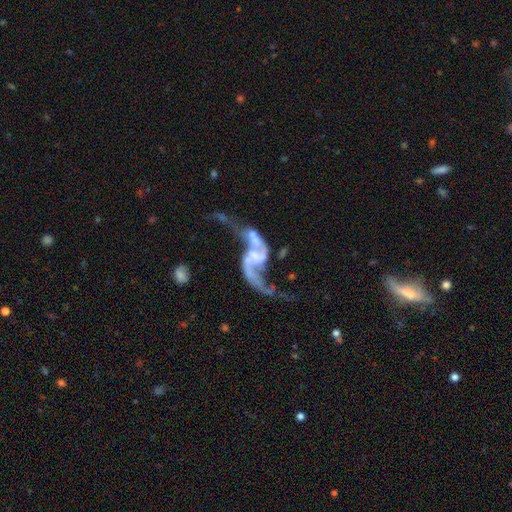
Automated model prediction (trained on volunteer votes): This is clearly a featured or disk galaxy (85%). It is clearly not viewed edge-on (97%). Bar: possibly no (54%). Spiral arm pattern: clearly yes (85%). Spiral arm count: clearly 2 (84%). Spiral winding: clearly loose (86%). Central bulge: marginally none (43%). Merging: marginally merger (39%).